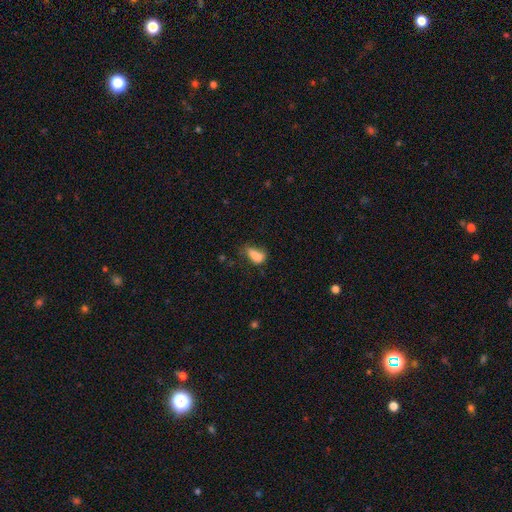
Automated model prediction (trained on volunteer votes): Smooth or featured? smooth (80%)
How rounded? in between (86%)
Merging? none (37%)